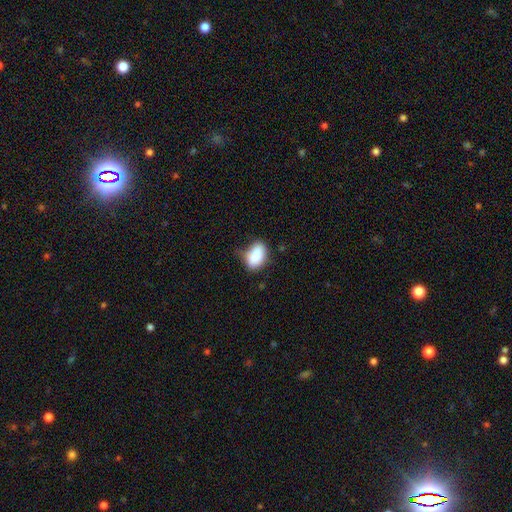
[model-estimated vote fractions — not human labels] Q: Smooth or featured?
A: smooth (87%); runner-up: star or artifact (8%)
Q: How rounded?
A: in between (89%); runner-up: round (9%)
Q: Merging?
A: none (57%); runner-up: minor disturbance (32%)